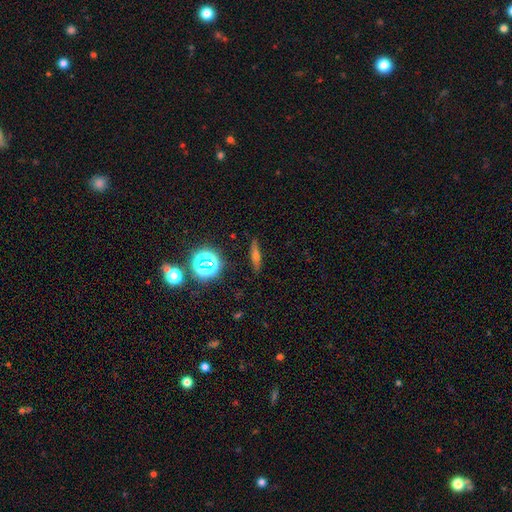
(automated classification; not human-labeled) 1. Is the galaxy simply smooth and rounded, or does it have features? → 39% smooth (tied), 39% featured or disk (tied), 22% star or artifact.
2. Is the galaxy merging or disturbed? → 87% none, 9% minor disturbance, 2% major disturbance, 2% merger.